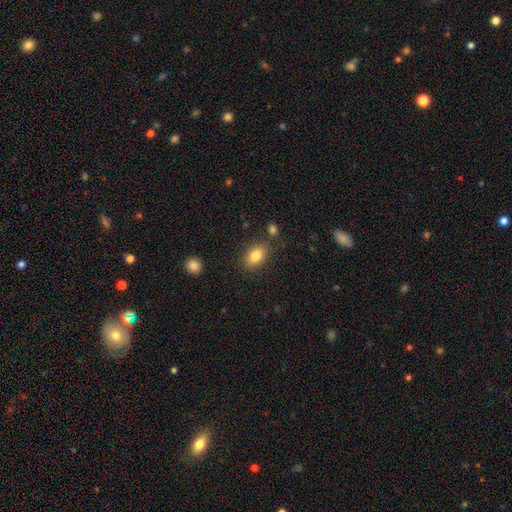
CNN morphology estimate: Q: Smooth or featured?
A: smooth (83%); runner-up: featured or disk (8%)
Q: How rounded?
A: in between (85%); runner-up: round (13%)
Q: Merging?
A: none (82%); runner-up: minor disturbance (11%)